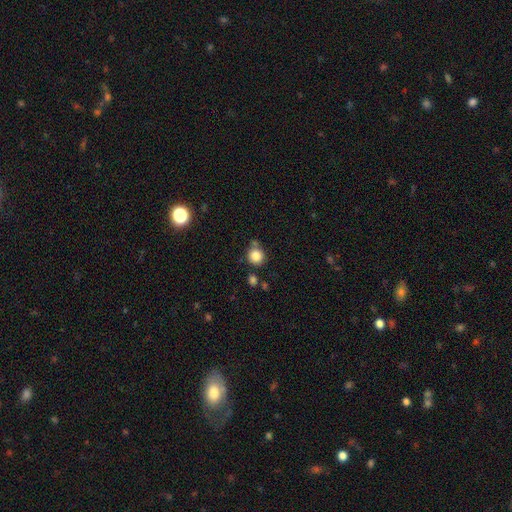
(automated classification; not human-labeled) smooth_or_featured: smooth (p=0.83) [alt: star or artifact p=0.11]
how_rounded: round (p=0.91) [alt: in between p=0.08]
merging: none (p=0.72) [alt: minor disturbance p=0.13]